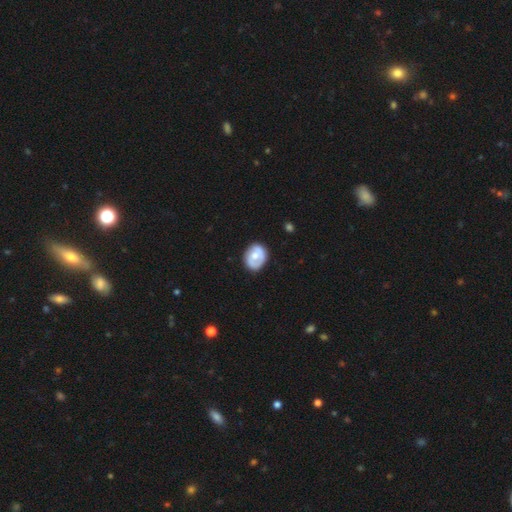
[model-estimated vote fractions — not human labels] Smooth or featured? smooth (49%)
Merging? none (78%)